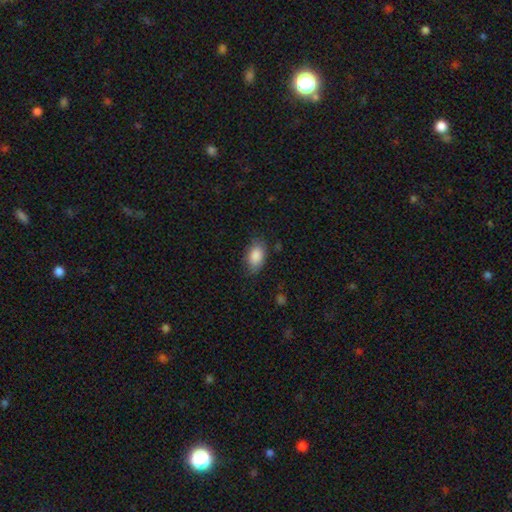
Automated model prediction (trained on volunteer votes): smooth_or_featured: smooth (p=0.87) [alt: star or artifact p=0.07]
how_rounded: in between (p=0.92) [alt: round p=0.06]
merging: none (p=0.74) [alt: minor disturbance p=0.20]